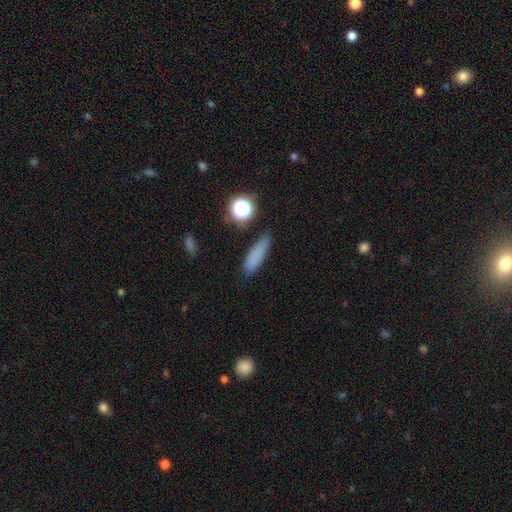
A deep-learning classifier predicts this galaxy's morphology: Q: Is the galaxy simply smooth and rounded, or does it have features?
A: smooth — 79%.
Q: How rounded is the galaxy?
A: cigar-shaped — 63%.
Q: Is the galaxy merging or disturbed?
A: none — 80%.